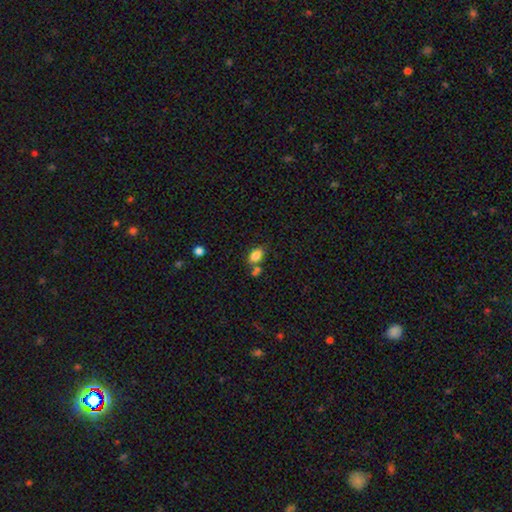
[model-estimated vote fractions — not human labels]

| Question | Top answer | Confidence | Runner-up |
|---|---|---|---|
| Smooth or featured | smooth | 83% | star or artifact (9%) |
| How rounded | in between | 84% | round (15%) |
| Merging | none | 60% | merger (22%) |